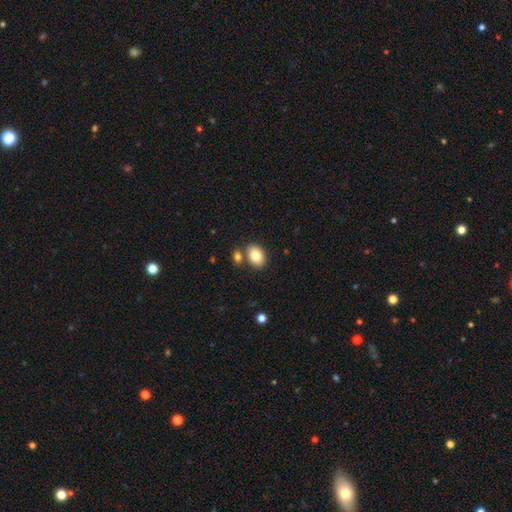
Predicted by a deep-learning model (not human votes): A smooth galaxy with no disk features (84%) that is in between round and cigar-shaped (80%). Merging: none (72%).